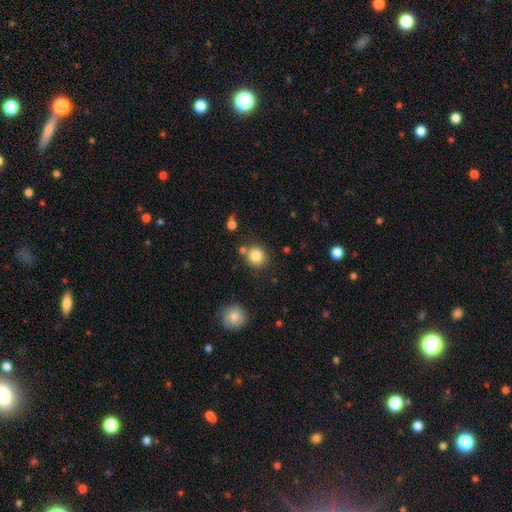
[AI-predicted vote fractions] This is clearly a smooth galaxy (84%). How rounded: clearly round (88%). Merging: likely none (78%).